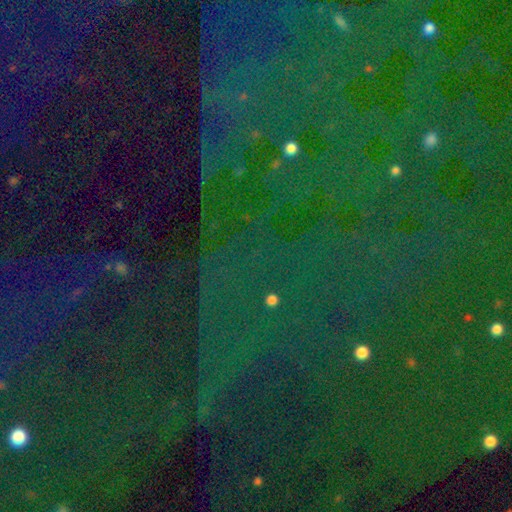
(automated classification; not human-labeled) smooth_or_featured: star or artifact (p=0.84) [alt: smooth p=0.09]